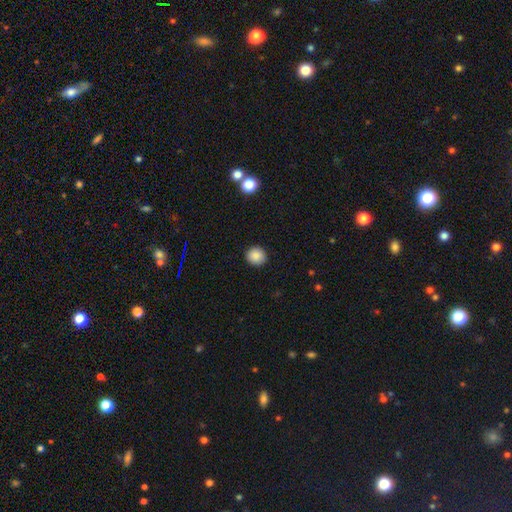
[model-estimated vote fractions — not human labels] The model was most divided on "smooth or featured": smooth: 88%, star or artifact: 9%, featured or disk: 3%. More confident: merging — none (91%); how rounded — round (89%).